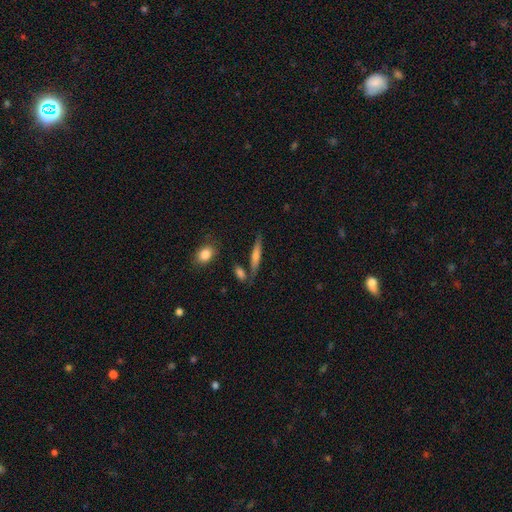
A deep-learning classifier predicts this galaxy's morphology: Smooth or featured? smooth (58%)
How rounded? cigar-shaped (85%)
Merging? none (77%)